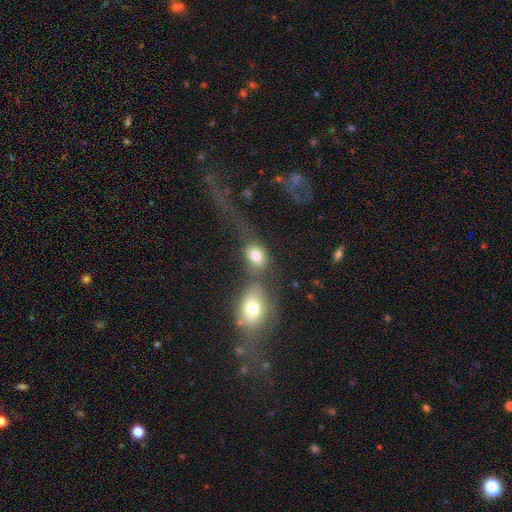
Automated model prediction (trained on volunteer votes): smooth-or-featured: smooth: 75% | featured or disk: 15% | star or artifact: 10%
  how-rounded: in between: 67% | round: 31% | cigar-shaped: 3%
  merging: merger: 46% | none: 28% | major disturbance: 15% | minor disturbance: 11%